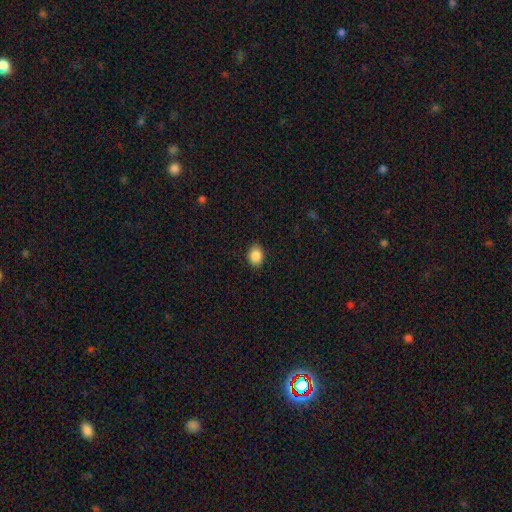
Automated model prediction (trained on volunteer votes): The model was most divided on "how rounded": in between: 69%, round: 30%, cigar-shaped: 1%. More confident: merging — none (88%); smooth or featured — smooth (88%).